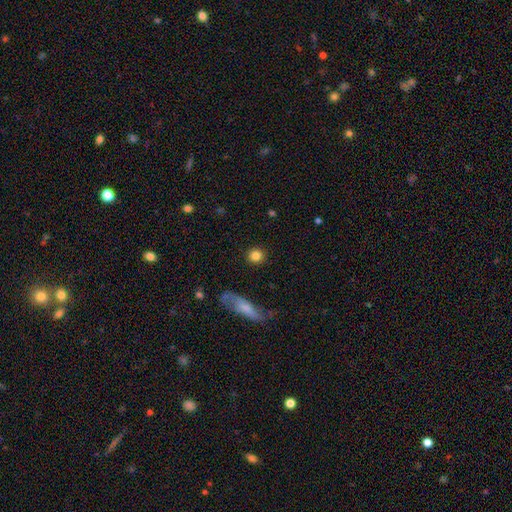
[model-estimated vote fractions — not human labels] Smooth or featured? Predicted: smooth (p=0.83). How rounded? Predicted: round (p=0.90). Merging? Predicted: none (p=0.90).